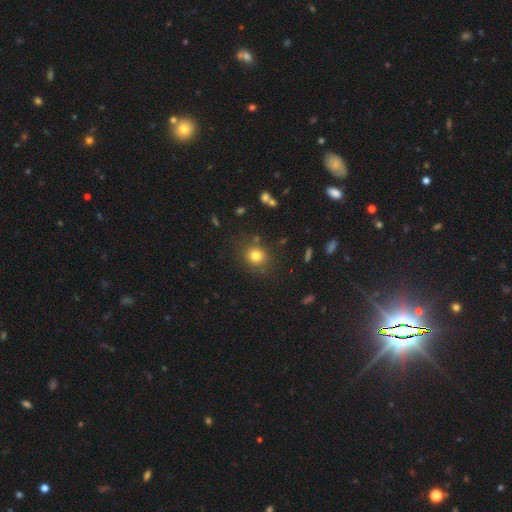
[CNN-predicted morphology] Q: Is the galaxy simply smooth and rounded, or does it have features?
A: smooth — 79%.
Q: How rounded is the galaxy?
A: round — 84%.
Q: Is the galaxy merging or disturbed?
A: none — 82%.